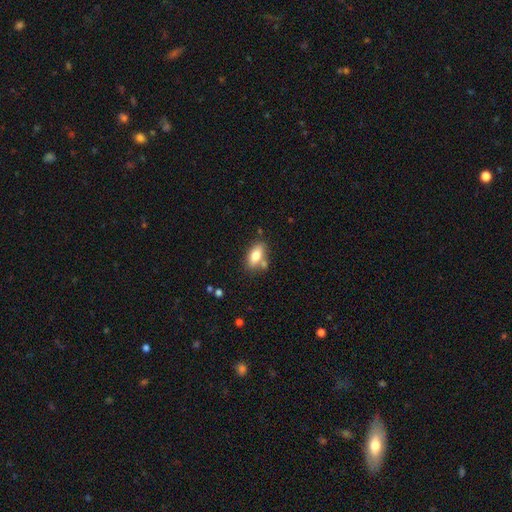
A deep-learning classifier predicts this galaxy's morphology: A smooth galaxy with no disk features (78%) that is in between round and cigar-shaped (87%).

Vote fractions:
- Smooth or featured? smooth: 78% / featured or disk: 15% / star or artifact: 8%
- How rounded? in between: 87% / cigar-shaped: 7% / round: 6%
- Merging? none: 68% / minor disturbance: 15% / merger: 13% / major disturbance: 4%